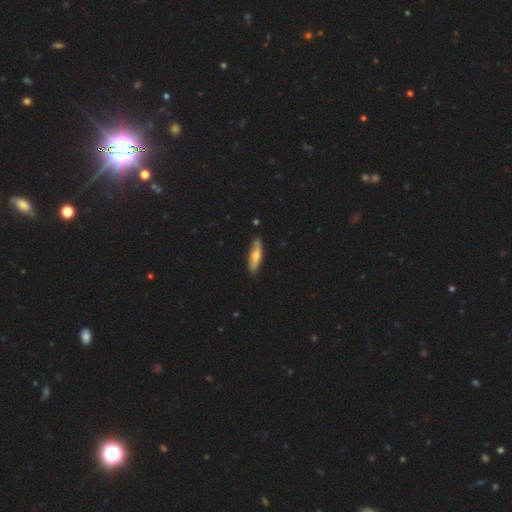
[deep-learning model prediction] Q: Smooth or featured?
A: smooth (59%); runner-up: featured or disk (36%)
Q: How rounded?
A: cigar-shaped (68%); runner-up: in between (30%)
Q: Merging?
A: none (86%); runner-up: minor disturbance (11%)